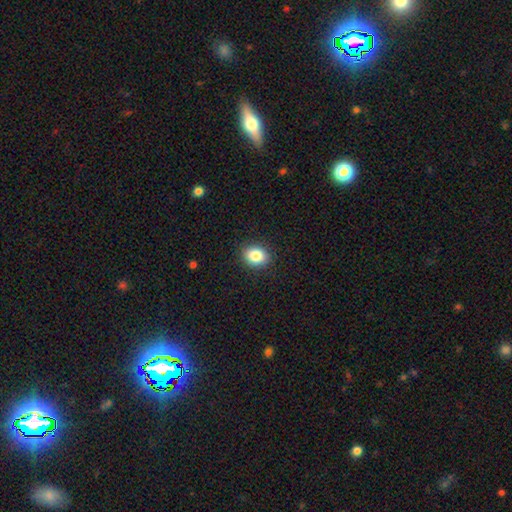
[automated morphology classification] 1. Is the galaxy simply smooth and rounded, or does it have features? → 85% smooth, 9% star or artifact, 6% featured or disk.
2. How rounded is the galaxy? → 54% in between, 45% round, 1% cigar-shaped.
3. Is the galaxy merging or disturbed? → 89% none, 8% minor disturbance, 2% major disturbance, 1% merger.